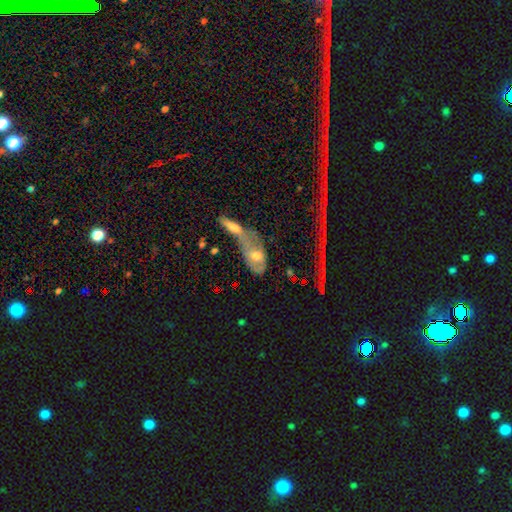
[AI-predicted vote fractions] Smooth or featured?
  - featured or disk: 55% *
  - smooth: 31%
  - star or artifact: 14%
Edge-on disk?
  - no: 77% *
  - yes: 23%
Merging?
  - merger: 50% *
  - none: 24%
  - major disturbance: 14%
  - minor disturbance: 12%